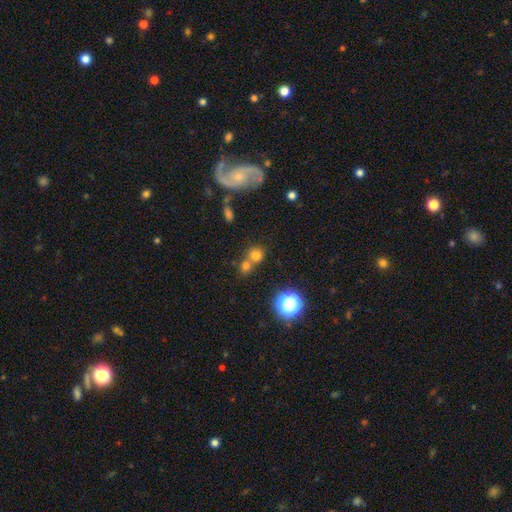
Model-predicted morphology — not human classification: Q: Smooth or featured?
A: smooth (70%); runner-up: star or artifact (20%)
Q: How rounded?
A: round (84%); runner-up: in between (15%)
Q: Merging?
A: none (49%); runner-up: merger (41%)